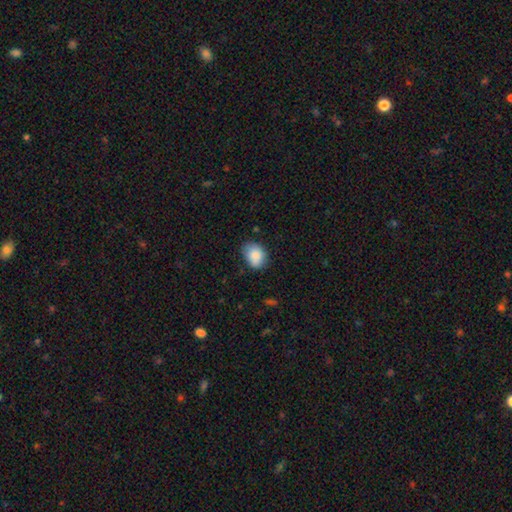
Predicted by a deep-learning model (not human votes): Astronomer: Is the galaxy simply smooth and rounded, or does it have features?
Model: smooth — 84%.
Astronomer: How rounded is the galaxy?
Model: in between — 70%.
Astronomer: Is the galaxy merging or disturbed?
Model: none — 66%.